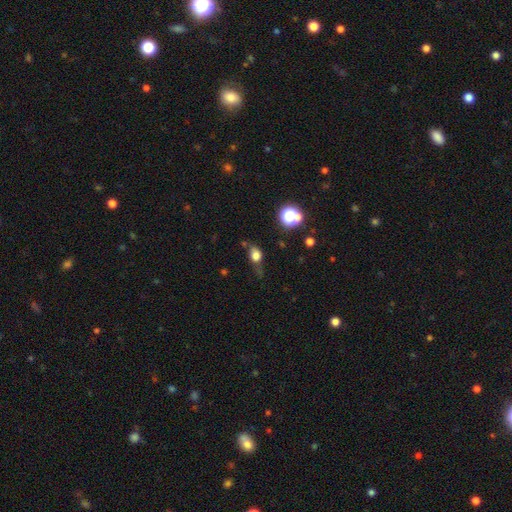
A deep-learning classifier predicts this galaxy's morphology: Smooth or featured? Predicted: smooth (p=0.72). How rounded? Predicted: in between (p=0.60). Merging? Predicted: none (p=0.50).